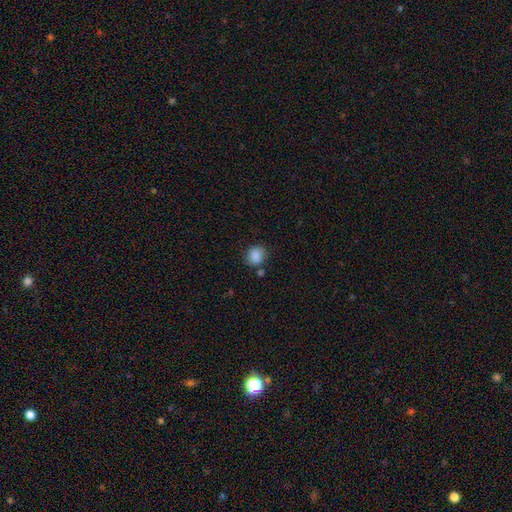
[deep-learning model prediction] smooth_or_featured: smooth (p=0.87) [alt: star or artifact p=0.09]
how_rounded: round (p=0.78) [alt: in between p=0.22]
merging: none (p=0.75) [alt: minor disturbance p=0.14]